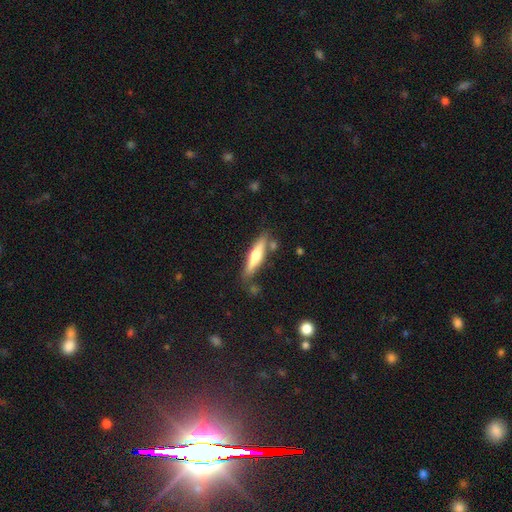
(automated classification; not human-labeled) Q: Smooth or featured?
A: smooth (52%); runner-up: featured or disk (42%)
Q: How rounded?
A: cigar-shaped (82%); runner-up: in between (17%)
Q: Merging?
A: none (77%); runner-up: minor disturbance (13%)